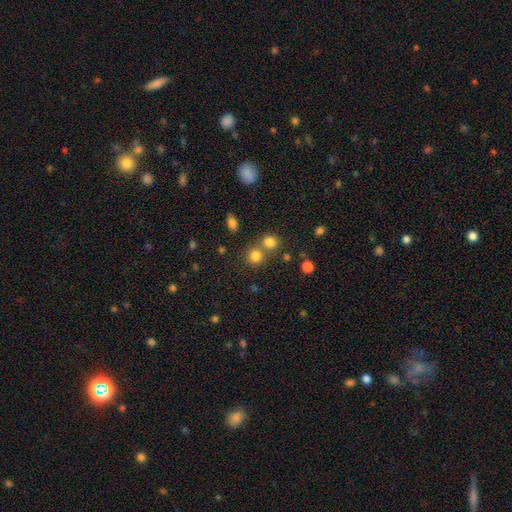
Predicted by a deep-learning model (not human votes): This appears to be a smooth galaxy with no disk features (80%) that is round (87%). Merging: none (62%).